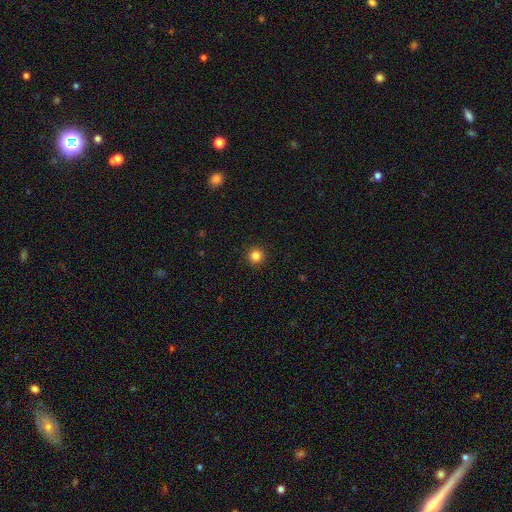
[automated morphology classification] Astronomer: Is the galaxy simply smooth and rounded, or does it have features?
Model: smooth — 84%.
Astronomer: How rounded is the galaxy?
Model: round — 96%.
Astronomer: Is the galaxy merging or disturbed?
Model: none — 93%.